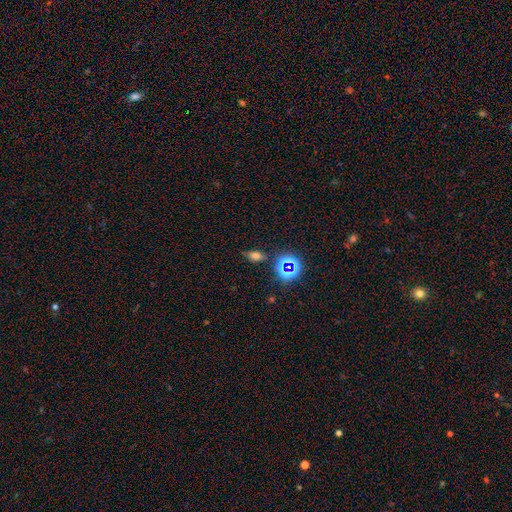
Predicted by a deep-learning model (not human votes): Overall: smooth (61%; star or artifact 27%). How rounded: in between (79%). Merging: none (78%).